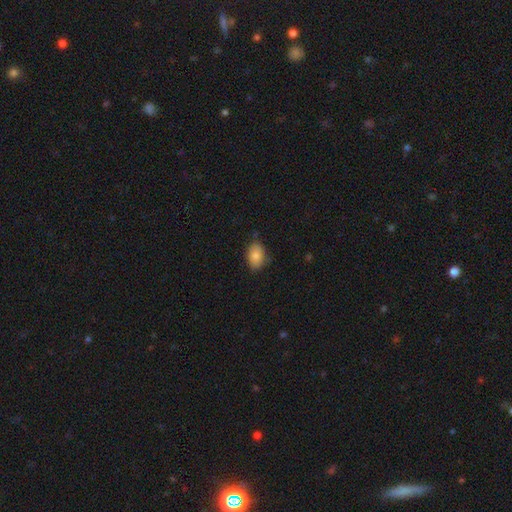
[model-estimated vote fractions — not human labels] This appears to be a smooth galaxy with no disk features (84%) that is in between round and cigar-shaped (85%). Merging: none (78%).